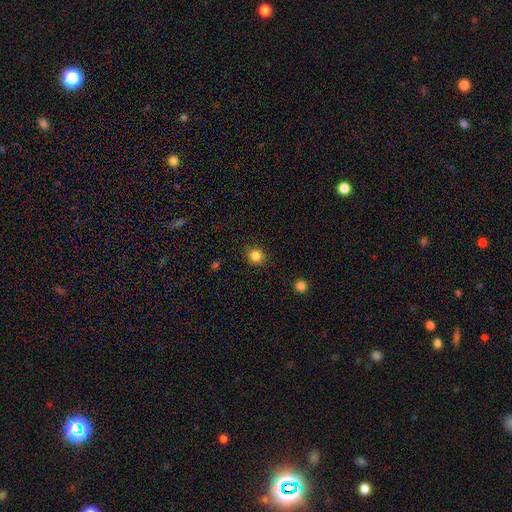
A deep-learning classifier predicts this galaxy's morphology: This appears to be a smooth galaxy with no disk features (85%) that is round (87%). Merging: none (91%).